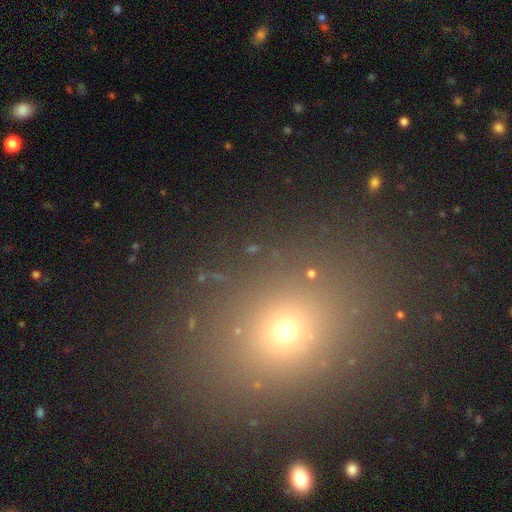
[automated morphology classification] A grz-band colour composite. It shows a smooth galaxy with no disk features (60%) that is round (55%). Merging: none (86%).